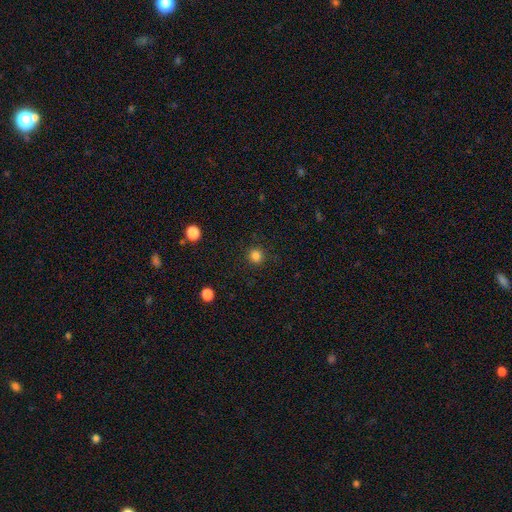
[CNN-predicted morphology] Smooth or featured? smooth (84%)
How rounded? round (93%)
Merging? none (91%)